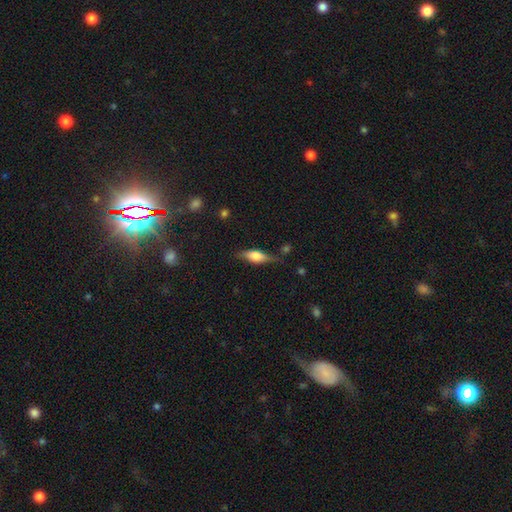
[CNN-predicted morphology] Smooth or featured? Predicted: smooth (p=0.49). Merging? Predicted: none (p=0.68).